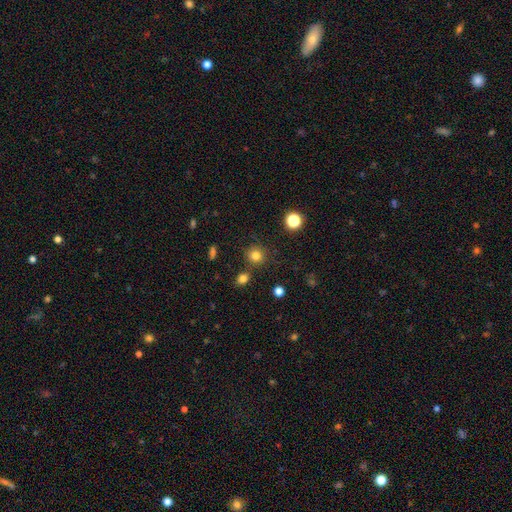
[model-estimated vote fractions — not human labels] This is likely a smooth galaxy (80%). How rounded: clearly round (90%). Merging: clearly none (81%).